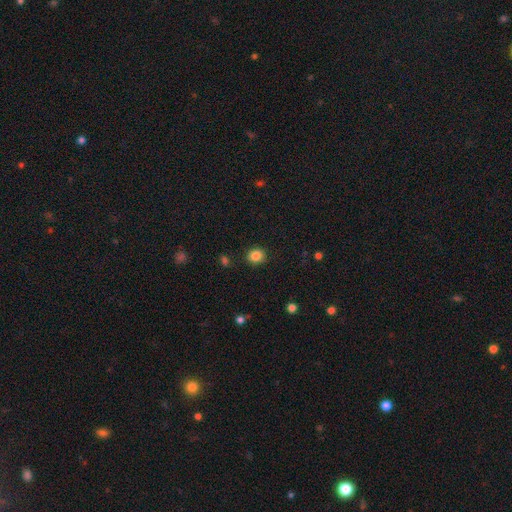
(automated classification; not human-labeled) A smooth galaxy with no disk features (85%) that is round (76%).

Vote fractions:
- Smooth or featured? smooth: 85% / star or artifact: 10% / featured or disk: 5%
- How rounded? round: 76% / in between: 23% / cigar-shaped: 1%
- Merging? none: 89% / minor disturbance: 7% / major disturbance: 2% / merger: 1%